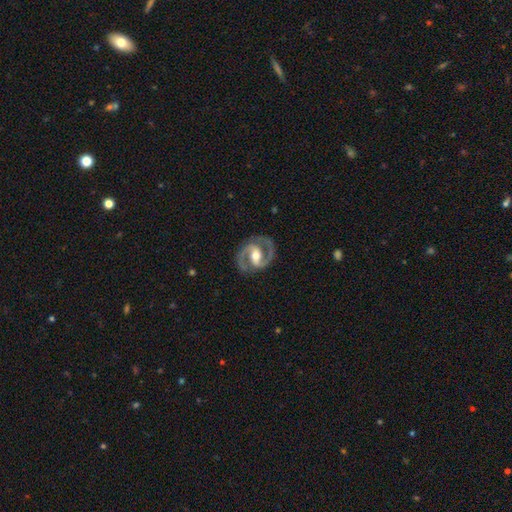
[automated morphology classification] Overall: featured or disk (92%). Edge-on disk: no (98%). Bar: strong (43%; weak 38%). Spiral arms: yes (97%). Spiral arm count: 2 (94%). Spiral winding: medium (61%; tight 30%). Bulge size: moderate (72%). Merging: none (85%).